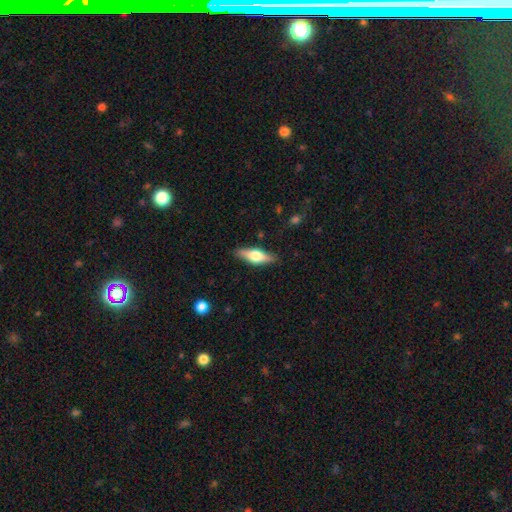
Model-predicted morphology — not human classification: A smooth galaxy with no disk features (48%).

Vote fractions:
- Smooth or featured? smooth: 48% / featured or disk: 46% / star or artifact: 6%
- Merging? none: 86% / minor disturbance: 10% / major disturbance: 2% / merger: 1%